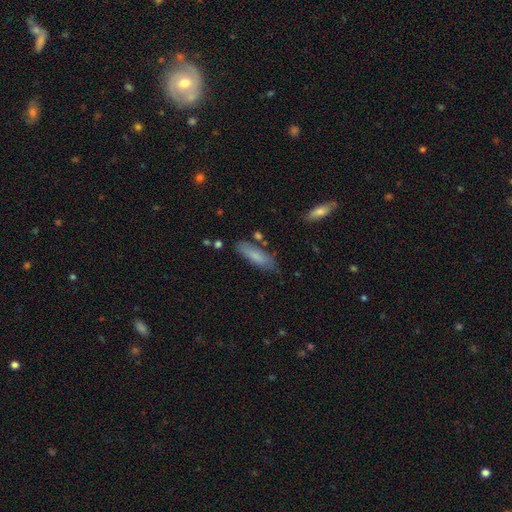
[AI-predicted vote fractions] smooth-or-featured: smooth: 78% | featured or disk: 16% | star or artifact: 6%
  how-rounded: cigar-shaped: 53% | in between: 46% | round: 2%
  merging: none: 76% | minor disturbance: 16% | merger: 4% | major disturbance: 3%